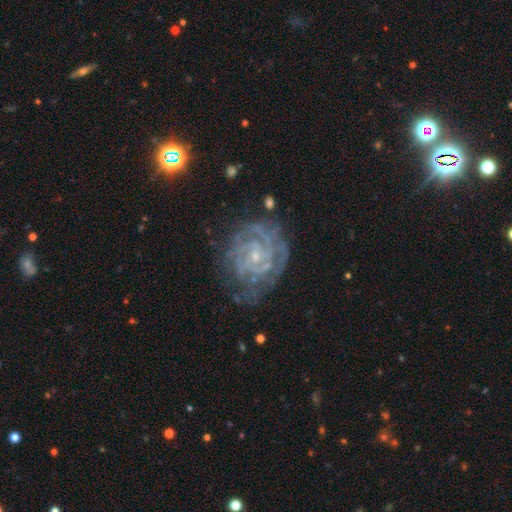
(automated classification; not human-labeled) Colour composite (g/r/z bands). It shows a featured or disk galaxy (86%) with no bar (65%), tight (77%) spiral arms (96%) and a small central bulge (80%). Merging: none (69%).